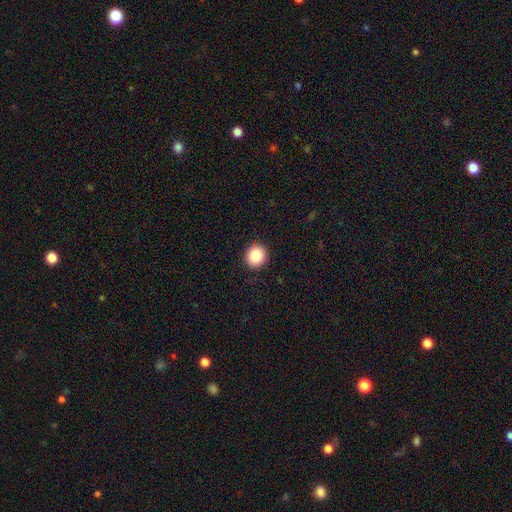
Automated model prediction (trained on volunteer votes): Morphology: type=smooth (87%); roundness=round (87%); merging=none (91%).